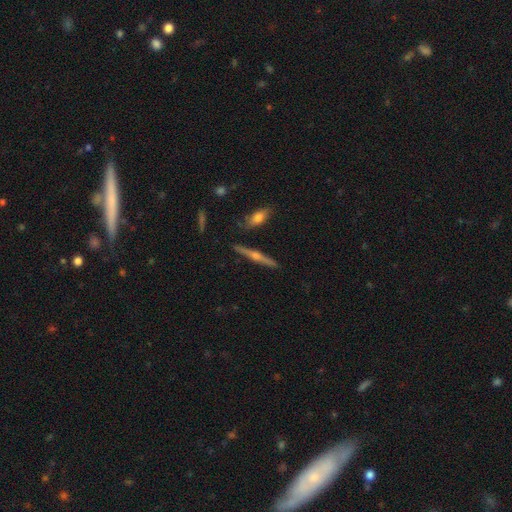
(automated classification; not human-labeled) Smooth or featured? featured or disk (74%)
Edge-on disk? yes (97%)
Edge-on bulge? rounded (89%)
Merging? none (87%)